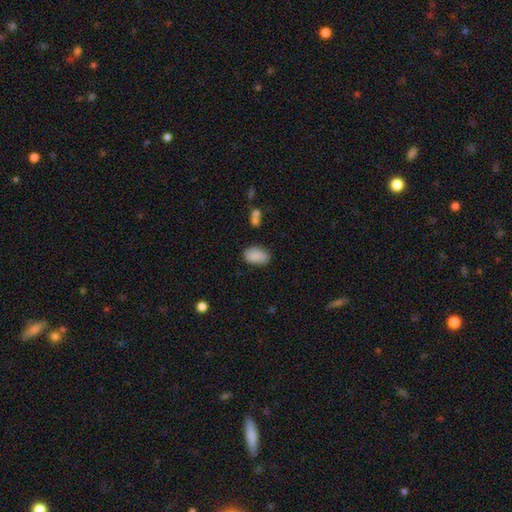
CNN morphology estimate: A smooth galaxy with no disk features (85%) that is in between round and cigar-shaped (90%).

Vote fractions:
- Smooth or featured? smooth: 85% / star or artifact: 8% / featured or disk: 7%
- How rounded? in between: 90% / round: 9% / cigar-shaped: 1%
- Merging? none: 70% / minor disturbance: 22% / major disturbance: 5% / merger: 3%